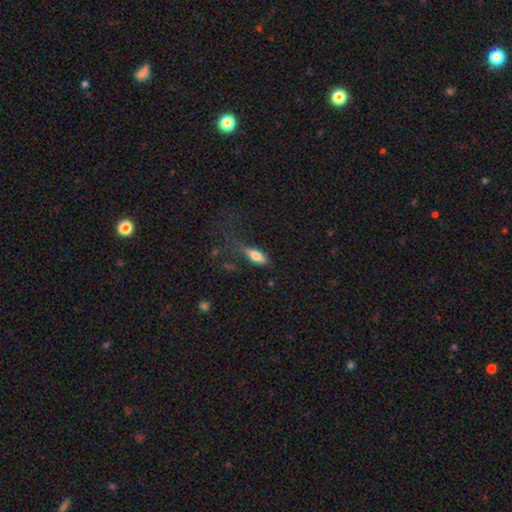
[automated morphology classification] smooth 75%, featured or disk 17%, star or artifact 8%. Down the decision tree: how rounded — in between (68%); merging — none (48%).